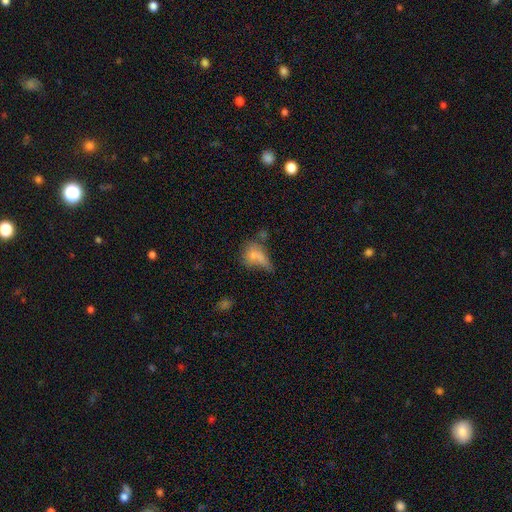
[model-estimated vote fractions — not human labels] Smooth or featured? Predicted: smooth (p=0.68). How rounded? Predicted: in between (p=0.62). Merging? Predicted: merger (p=0.33).